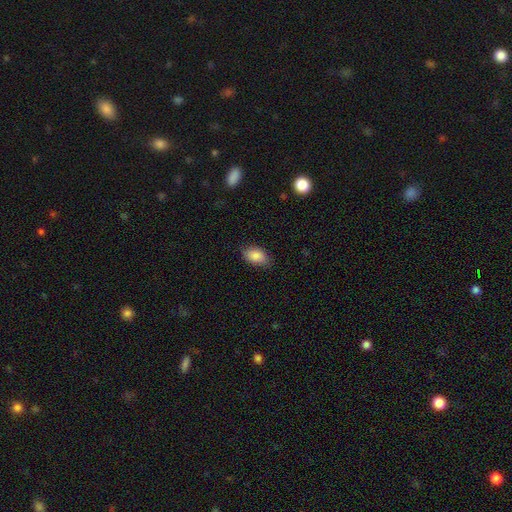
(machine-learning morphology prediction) This is clearly a smooth galaxy (88%). How rounded: clearly in between (90%). Merging: clearly none (81%).